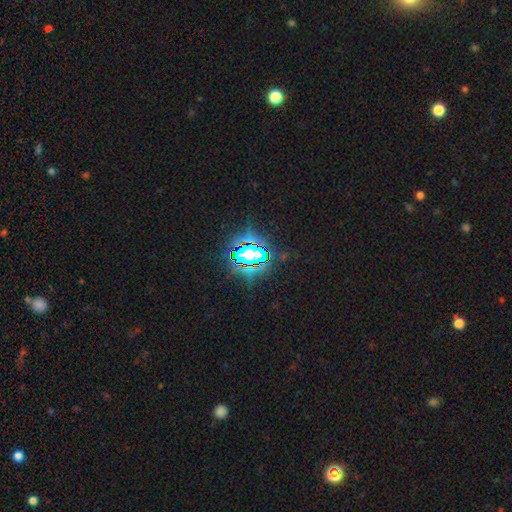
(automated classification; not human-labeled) smooth_or_featured: star or artifact (p=0.81) [alt: smooth p=0.12]